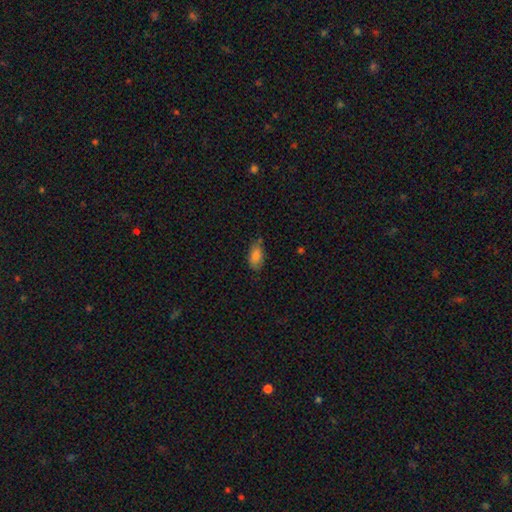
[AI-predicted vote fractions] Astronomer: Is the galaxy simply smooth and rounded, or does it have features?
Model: smooth — 84%.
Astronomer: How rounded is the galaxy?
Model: in between — 91%.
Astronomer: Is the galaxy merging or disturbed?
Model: none — 69%.